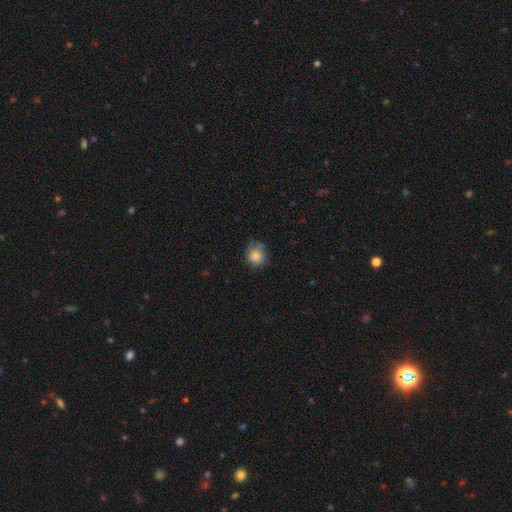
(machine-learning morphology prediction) Smooth or featured? smooth (82%)
How rounded? round (80%)
Merging? none (64%)